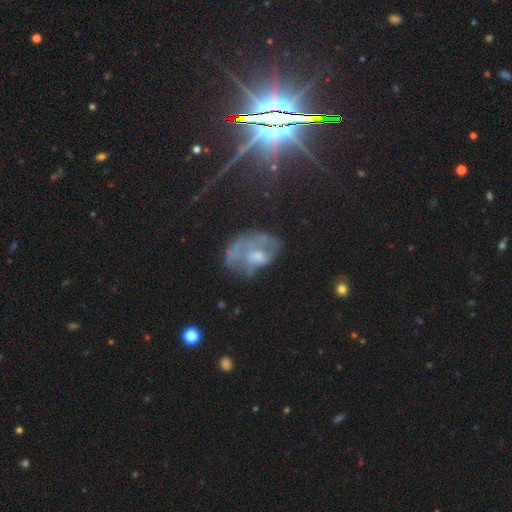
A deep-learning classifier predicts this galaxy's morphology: A featured or disk galaxy (57%) with no bar (78%), no spiral arms (55%) and a moderate central bulge (44%). Merging: none (42%).